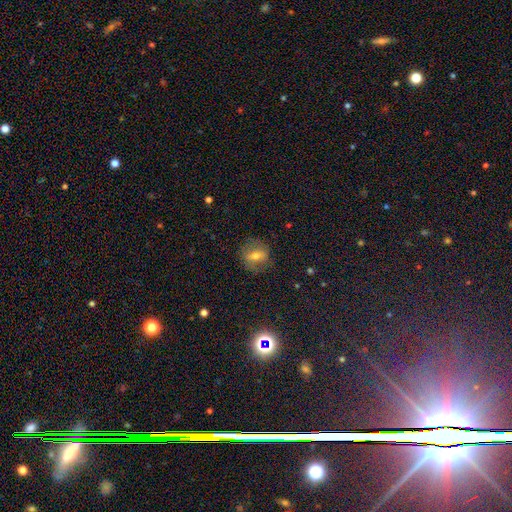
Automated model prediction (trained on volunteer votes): This is possibly a smooth galaxy (49%). Merging: clearly none (80%).